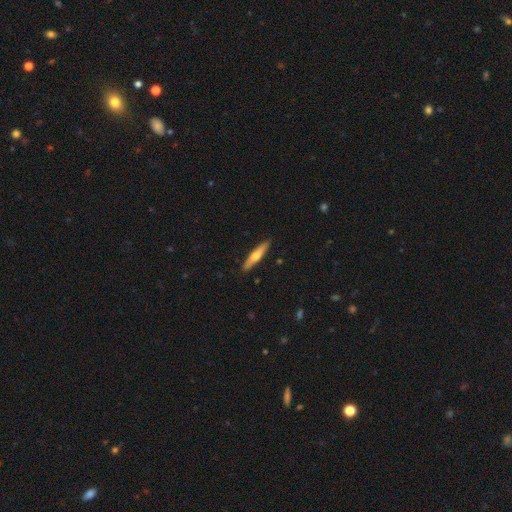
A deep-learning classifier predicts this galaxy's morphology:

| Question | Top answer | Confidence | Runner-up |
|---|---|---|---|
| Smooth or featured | smooth | 52% | featured or disk (43%) |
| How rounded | cigar-shaped | 86% | in between (13%) |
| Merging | none | 91% | minor disturbance (7%) |